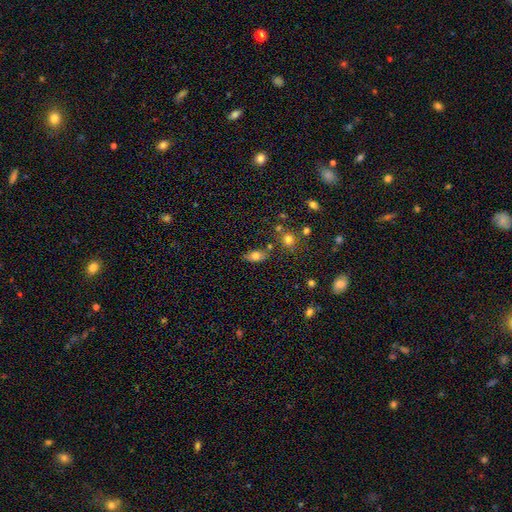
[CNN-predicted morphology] This appears to be a smooth galaxy with no disk features (77%) that is in between round and cigar-shaped (85%). Merging: none (71%).